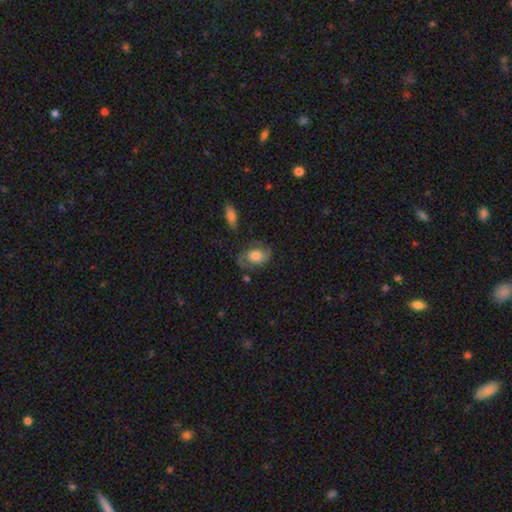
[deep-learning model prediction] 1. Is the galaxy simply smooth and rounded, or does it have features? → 57% smooth, 35% featured or disk, 8% star or artifact.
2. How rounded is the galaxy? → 75% in between, 23% round, 2% cigar-shaped.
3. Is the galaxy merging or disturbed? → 59% none, 25% minor disturbance, 12% major disturbance, 4% merger.